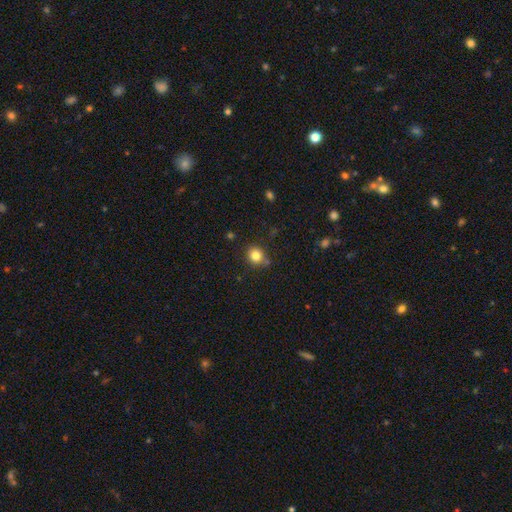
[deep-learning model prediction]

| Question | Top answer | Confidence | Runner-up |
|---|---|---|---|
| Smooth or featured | smooth | 82% | star or artifact (12%) |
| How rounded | round | 83% | in between (16%) |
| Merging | none | 78% | minor disturbance (11%) |